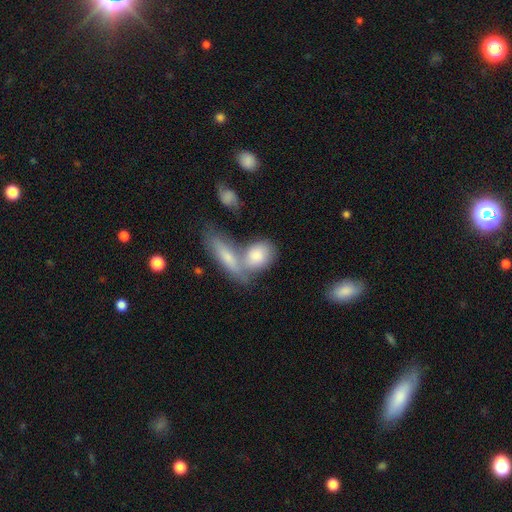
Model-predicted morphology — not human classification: smooth 73%, featured or disk 20%, star or artifact 7%. Down the decision tree: how rounded — in between (72%); merging — merger (49%).